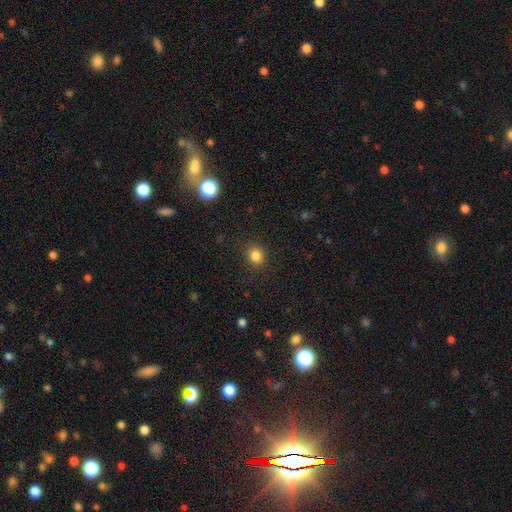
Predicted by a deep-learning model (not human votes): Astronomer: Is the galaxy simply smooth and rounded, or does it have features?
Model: smooth — 84%.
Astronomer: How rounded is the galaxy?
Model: round — 84%.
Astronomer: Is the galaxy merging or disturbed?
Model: none — 90%.